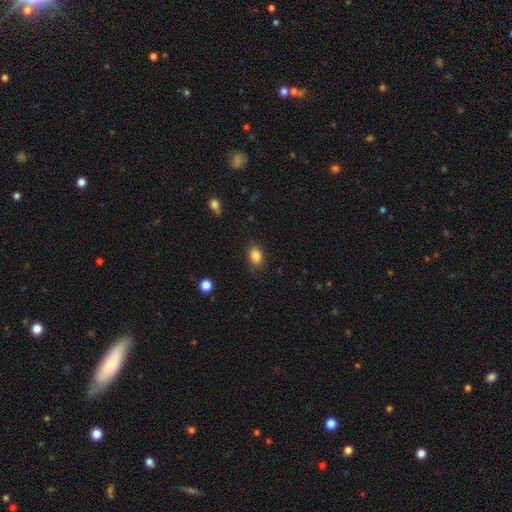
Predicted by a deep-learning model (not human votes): Morphology: type=smooth (86%); roundness=in between (77%); merging=none (85%).